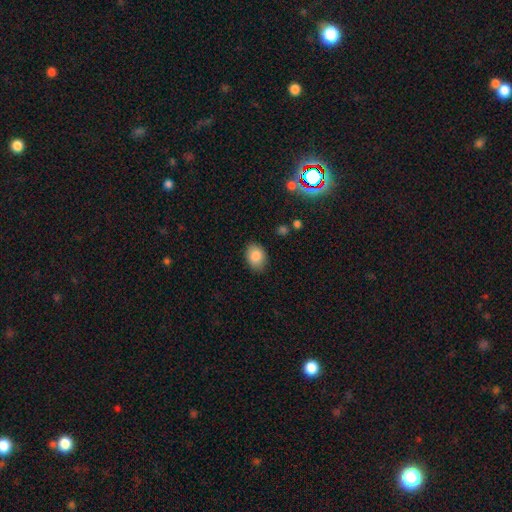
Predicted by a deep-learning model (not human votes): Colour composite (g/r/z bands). It shows a smooth galaxy with no disk features (85%) that is in between round and cigar-shaped (73%). Merging: none (84%).